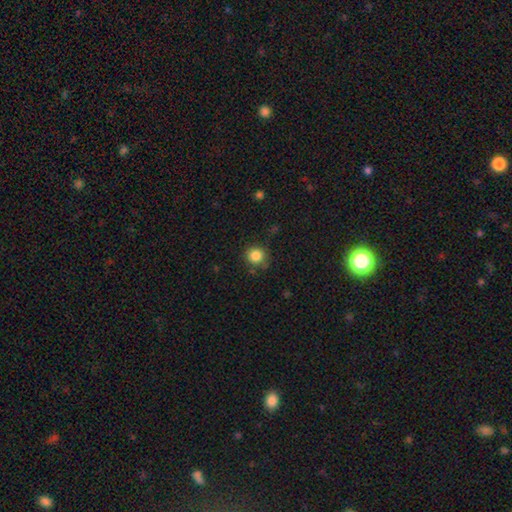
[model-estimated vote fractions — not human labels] Overall: smooth (84%). How rounded: round (92%). Merging: none (84%).